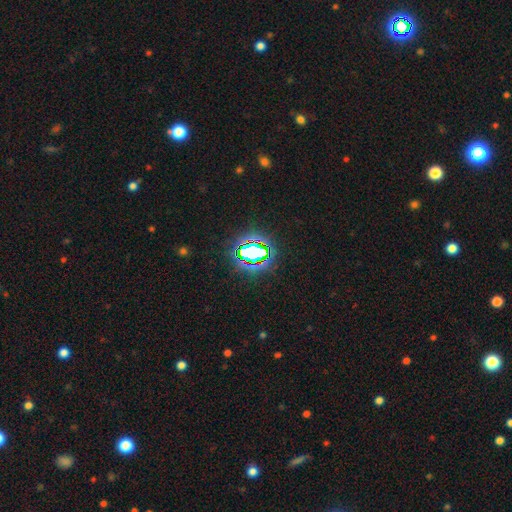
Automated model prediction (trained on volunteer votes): A star or artifact, not a galaxy (64%).

Vote fractions:
- Smooth or featured? star or artifact: 64% / smooth: 23% / featured or disk: 13%